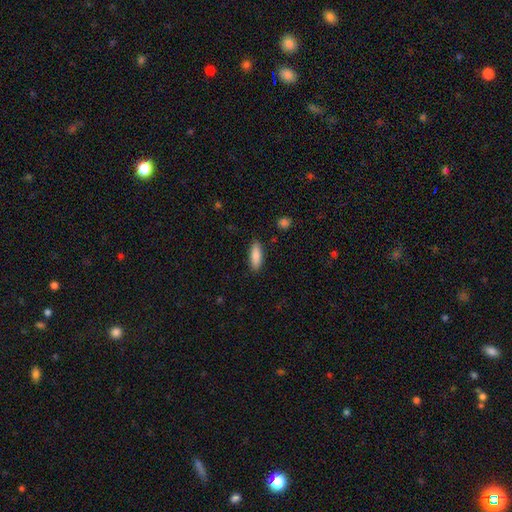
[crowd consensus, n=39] Volunteers were most divided on "how rounded": cigar-shaped: 59%, in between: 41%, round: 0%. More confident: smooth or featured — smooth (87%); merging — none (84%).